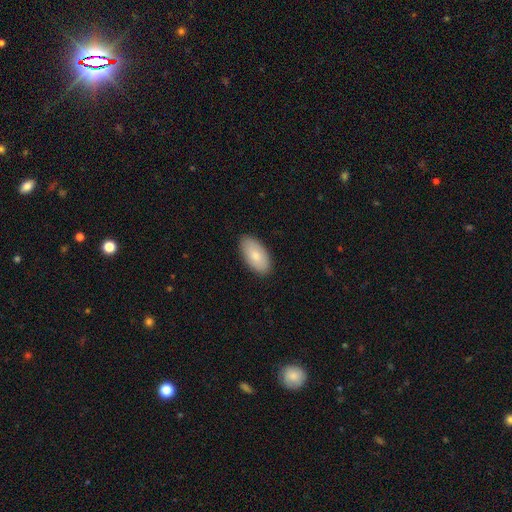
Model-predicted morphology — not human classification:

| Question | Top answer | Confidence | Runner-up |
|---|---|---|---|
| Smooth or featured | smooth | 80% | featured or disk (14%) |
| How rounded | in between | 95% | cigar-shaped (3%) |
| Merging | none | 87% | minor disturbance (10%) |